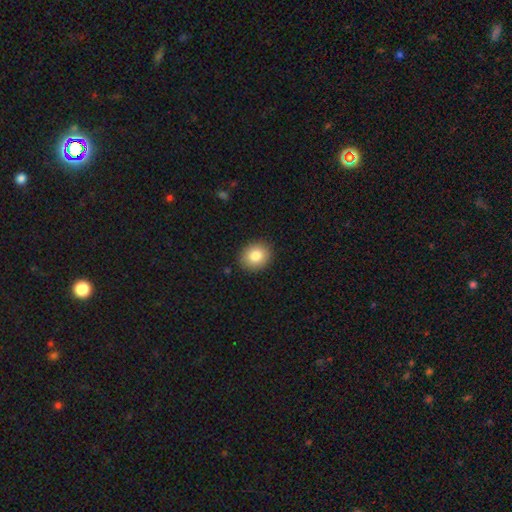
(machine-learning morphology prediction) Overall: smooth (84%). How rounded: round (66%; in between 33%). Merging: none (90%).